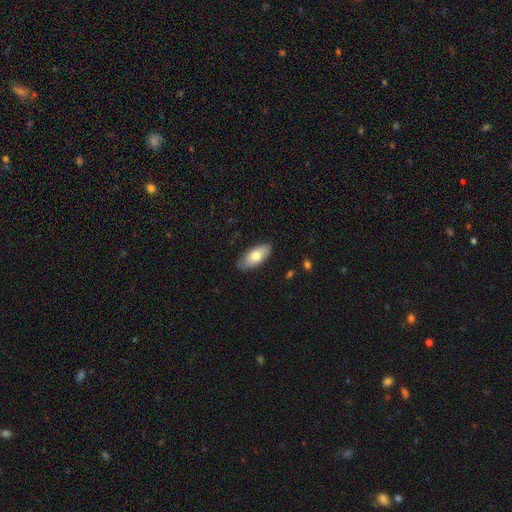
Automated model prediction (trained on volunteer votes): Smooth or featured?
  - smooth: 73% *
  - featured or disk: 22%
  - star or artifact: 6%
How rounded?
  - in between: 89% *
  - cigar-shaped: 9%
  - round: 2%
Merging?
  - none: 86% *
  - minor disturbance: 11%
  - major disturbance: 2%
  - merger: 1%